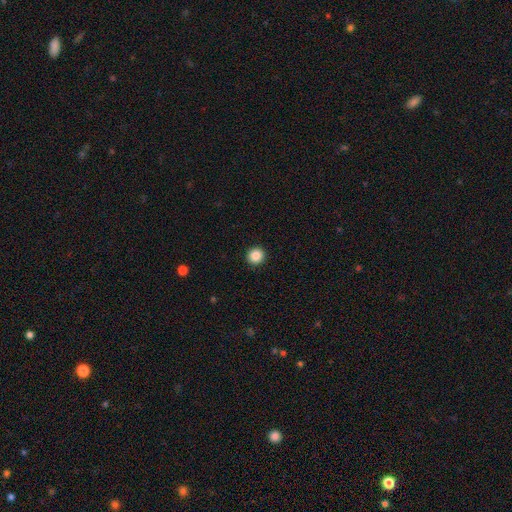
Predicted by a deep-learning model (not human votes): A smooth galaxy with no disk features (87%) that is round (94%). Merging: none (93%).